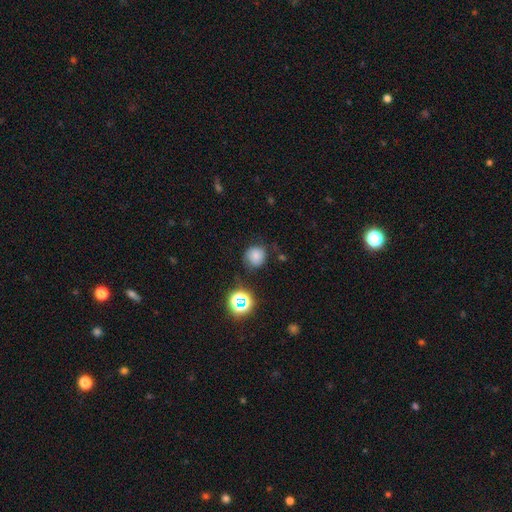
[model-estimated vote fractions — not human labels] smooth-or-featured: smooth: 73% | star or artifact: 17% | featured or disk: 11%
  how-rounded: round: 89% | in between: 10% | cigar-shaped: 1%
  merging: none: 74% | minor disturbance: 18% | major disturbance: 6% | merger: 3%